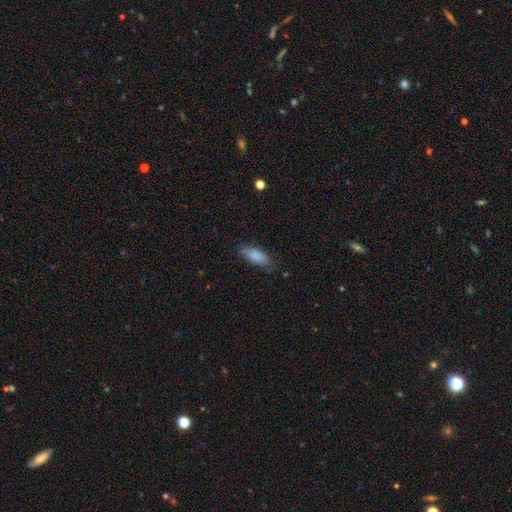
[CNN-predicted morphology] smooth 85%, featured or disk 8%, star or artifact 7%. Down the decision tree: how rounded — in between (79%); merging — none (74%).